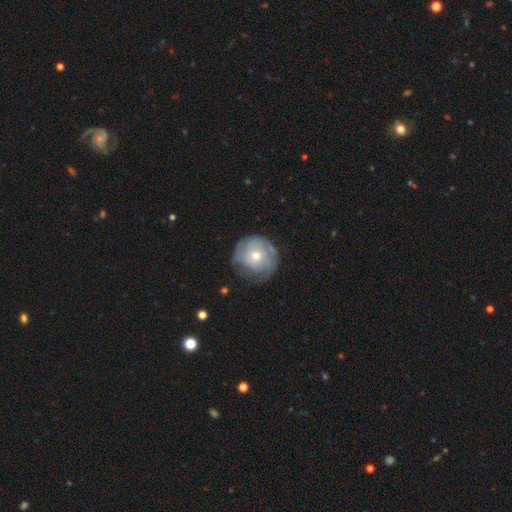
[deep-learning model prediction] Smooth or featured? featured or disk (53%)
Edge-on disk? no (97%)
Bar? no (83%)
Spiral arms? yes (69%)
Bulge size? moderate (56%)
Merging? none (64%)